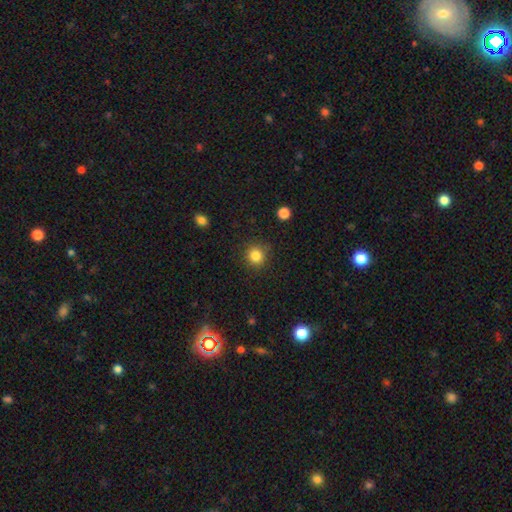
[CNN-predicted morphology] A smooth galaxy with no disk features (84%) that is round (92%).

Vote fractions:
- Smooth or featured? smooth: 84% / star or artifact: 11% / featured or disk: 4%
- How rounded? round: 92% / in between: 7% / cigar-shaped: 1%
- Merging? none: 88% / minor disturbance: 8% / major disturbance: 3% / merger: 1%